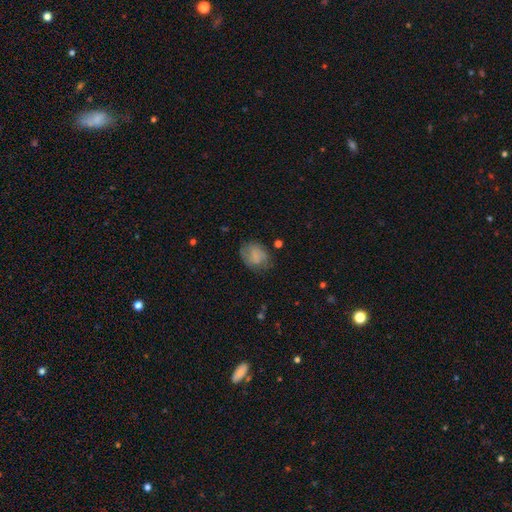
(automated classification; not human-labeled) Smooth or featured: smooth — 59% (featured or disk — 32%)
How rounded: in between — 57% (round — 41%)
Merging: none — 64% (minor disturbance — 24%)